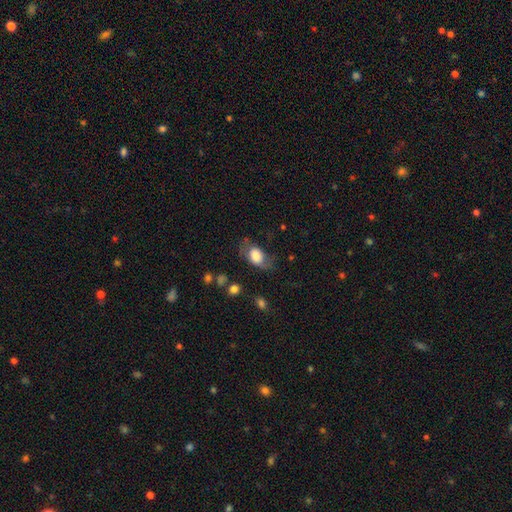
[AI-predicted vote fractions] smooth 71%, featured or disk 21%, star or artifact 8%. Down the decision tree: how rounded — in between (83%); merging — none (49%).